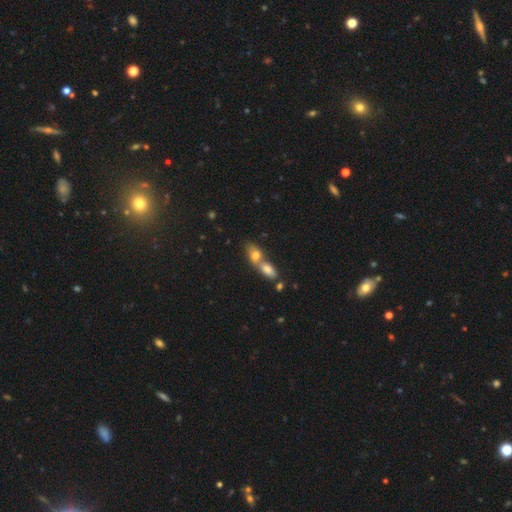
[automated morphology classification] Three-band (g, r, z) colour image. It shows a smooth galaxy with no disk features (72%) that is in between round and cigar-shaped (73%). Merging: merger (73%).